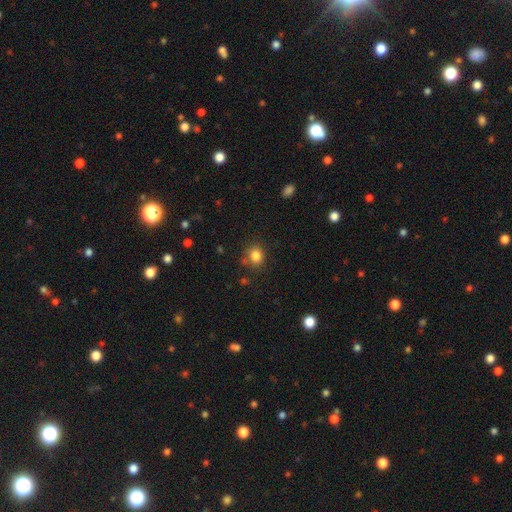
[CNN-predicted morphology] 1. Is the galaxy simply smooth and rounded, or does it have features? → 83% smooth, 12% star or artifact, 5% featured or disk.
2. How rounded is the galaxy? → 73% round, 27% in between, 1% cigar-shaped.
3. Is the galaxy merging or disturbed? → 76% none, 15% minor disturbance, 5% merger, 4% major disturbance.